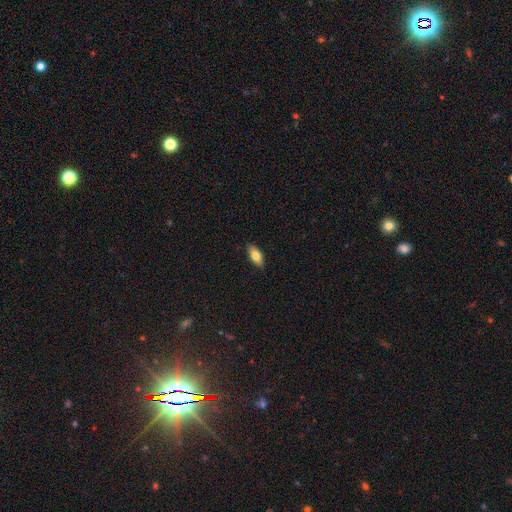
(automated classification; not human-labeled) Smooth or featured? Predicted: smooth (p=0.78). How rounded? Predicted: in between (p=0.85). Merging? Predicted: none (p=0.87).